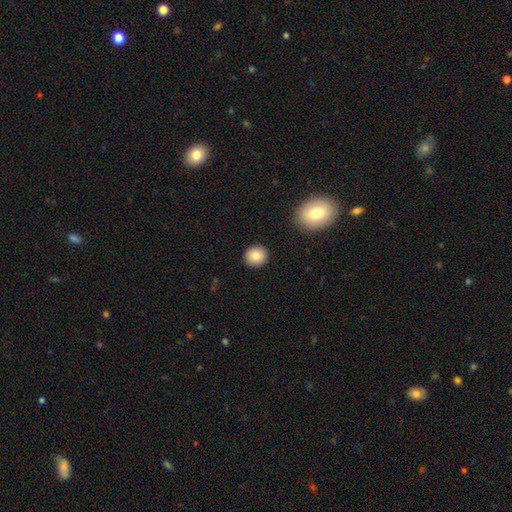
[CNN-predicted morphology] A smooth galaxy with no disk features (84%) that is round (90%).

Vote fractions:
- Smooth or featured? smooth: 84% / star or artifact: 9% / featured or disk: 7%
- How rounded? round: 90% / in between: 9% / cigar-shaped: 1%
- Merging? none: 91% / minor disturbance: 6% / major disturbance: 2% / merger: 1%